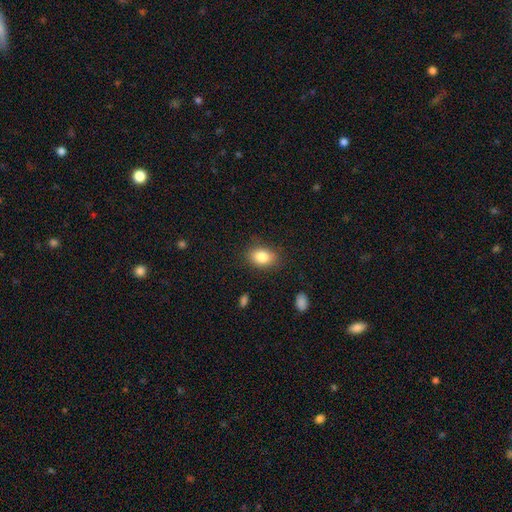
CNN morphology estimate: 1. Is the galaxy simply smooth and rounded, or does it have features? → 82% smooth, 11% star or artifact, 7% featured or disk.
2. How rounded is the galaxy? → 73% in between, 26% round, 1% cigar-shaped.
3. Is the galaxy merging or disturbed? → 87% none, 10% minor disturbance, 2% major disturbance, 1% merger.